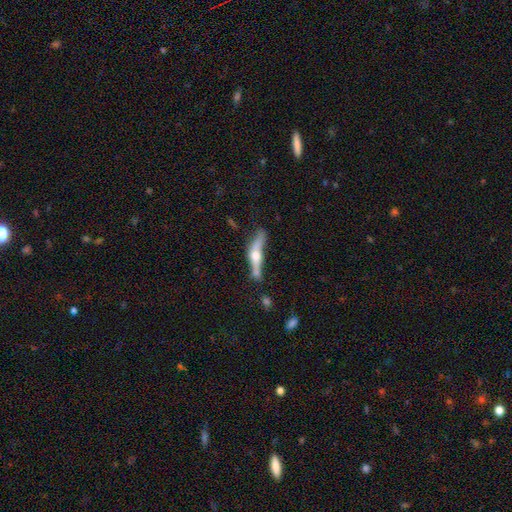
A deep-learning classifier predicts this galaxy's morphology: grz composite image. It shows a featured or disk galaxy (60%) viewed edge-on (86%) with a rounded central bulge (90%). Merging: none (48%).